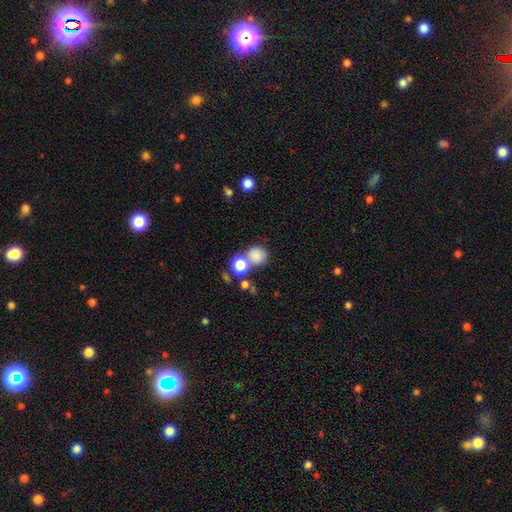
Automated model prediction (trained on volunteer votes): Smooth or featured? smooth (81%)
How rounded? round (82%)
Merging? none (53%)